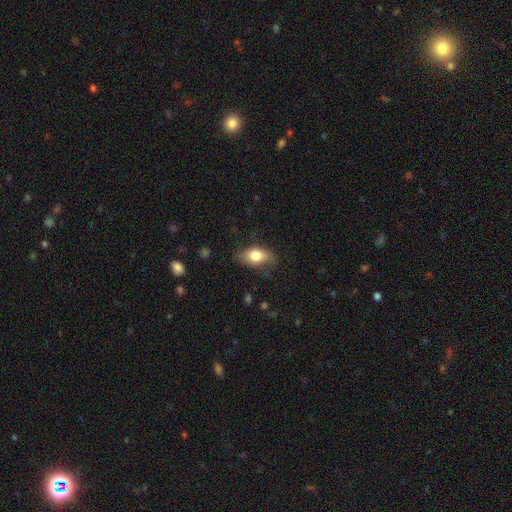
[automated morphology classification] smooth-or-featured: smooth: 71% | featured or disk: 21% | star or artifact: 7%
  how-rounded: in between: 86% | round: 9% | cigar-shaped: 5%
  merging: none: 67% | minor disturbance: 24% | major disturbance: 7% | merger: 1%